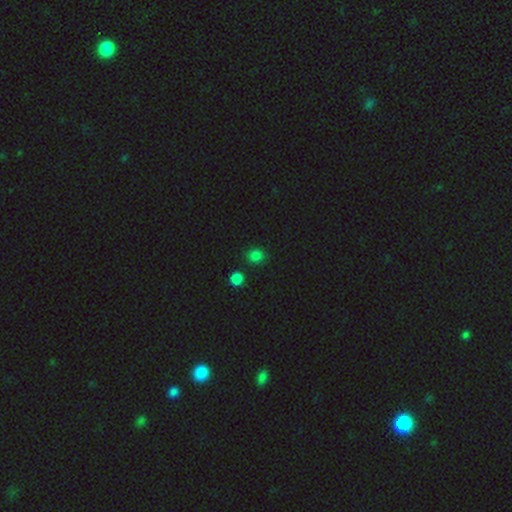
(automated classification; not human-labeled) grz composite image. It shows a smooth galaxy with no disk features (81%) that is round (82%). Merging: none (84%).